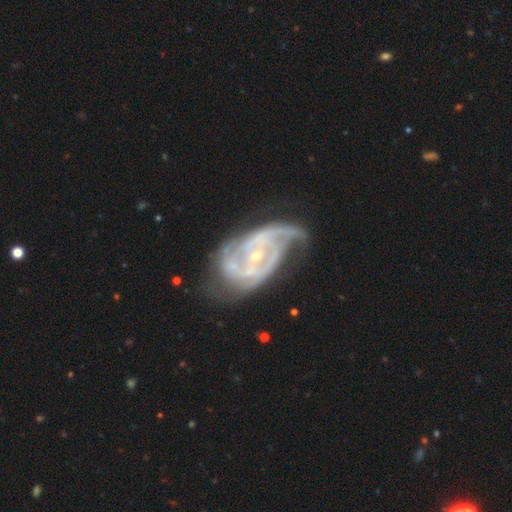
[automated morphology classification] smooth_or_featured: featured or disk (p=0.88) [alt: smooth p=0.06]
disk_edge_on: no (p=0.97) [alt: yes p=0.03]
bar: no (p=0.60) [alt: weak p=0.28]
has_spiral_arms: yes (p=0.93) [alt: no p=0.07]
spiral_winding: tight (p=0.45) [alt: medium p=0.41]
spiral_arm_count: 2 (p=0.37) [alt: 3 p=0.24]
bulge_size: small (p=0.76) [alt: moderate p=0.20]
merging: none (p=0.42) [alt: minor disturbance p=0.27]